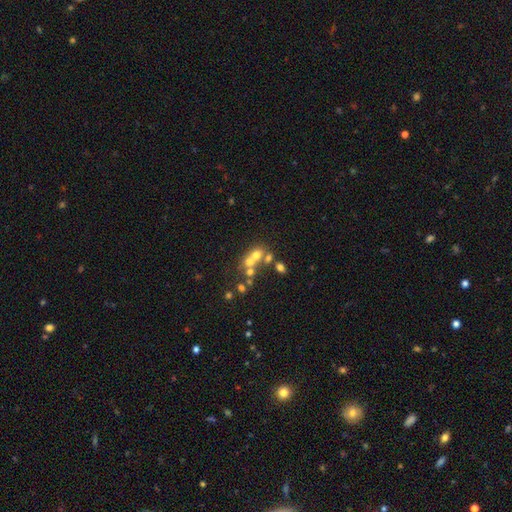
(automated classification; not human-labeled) smooth-or-featured: smooth: 52% | featured or disk: 29% | star or artifact: 19%
  how-rounded: round: 62% | in between: 36% | cigar-shaped: 2%
  merging: merger: 54% | none: 32% | minor disturbance: 8% | major disturbance: 6%